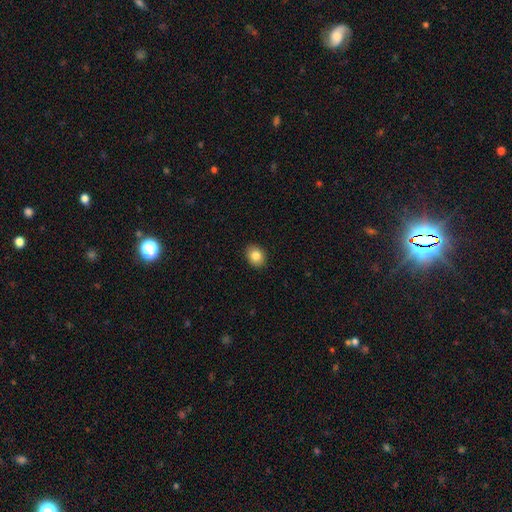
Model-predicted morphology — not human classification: type=smooth (83%); roundness=in between (53%); merging=none (91%).